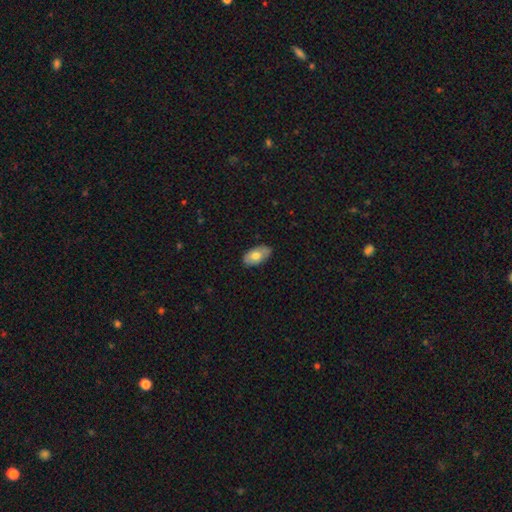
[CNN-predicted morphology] Smooth or featured? smooth (69%)
How rounded? in between (93%)
Merging? none (80%)